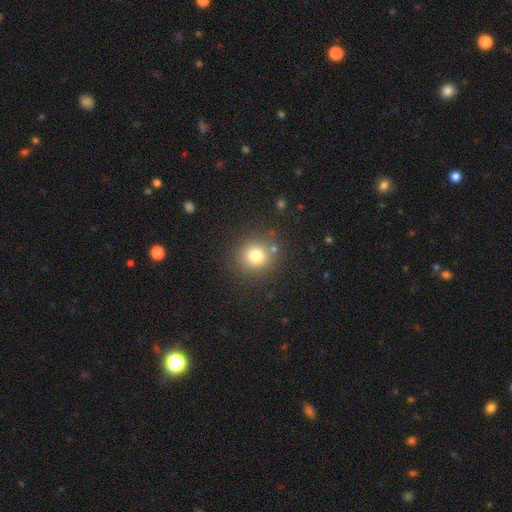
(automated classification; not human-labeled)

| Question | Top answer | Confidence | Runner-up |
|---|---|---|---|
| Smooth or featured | smooth | 78% | star or artifact (14%) |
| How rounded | round | 88% | in between (11%) |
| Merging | none | 82% | minor disturbance (9%) |